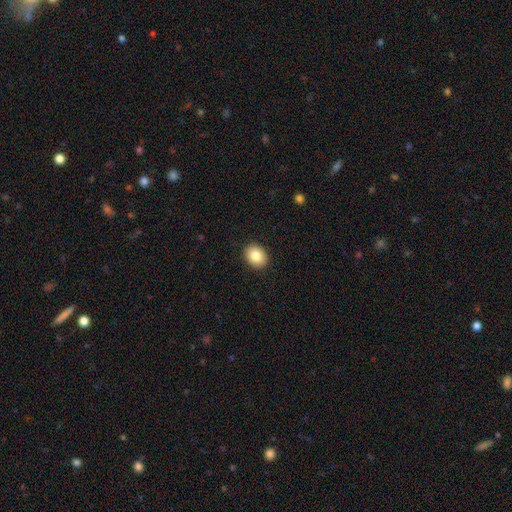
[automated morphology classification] smooth 84%, featured or disk 8%, star or artifact 8%. Down the decision tree: how rounded — in between (61%); merging — none (91%).